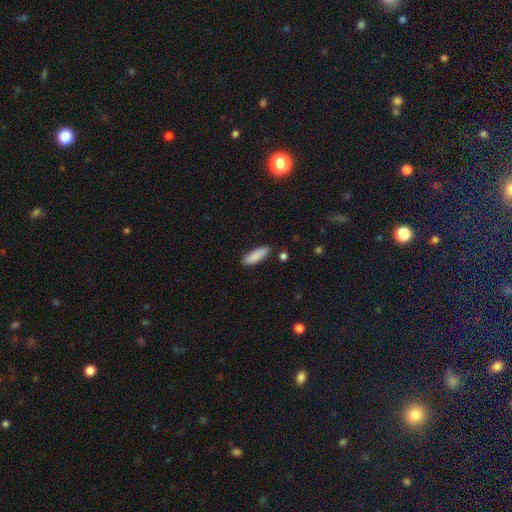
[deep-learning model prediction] Smooth or featured?
  - smooth: 89% *
  - star or artifact: 6%
  - featured or disk: 5%
How rounded?
  - in between: 59% *
  - cigar-shaped: 39%
  - round: 2%
Merging?
  - none: 85% *
  - minor disturbance: 11%
  - merger: 3%
  - major disturbance: 2%